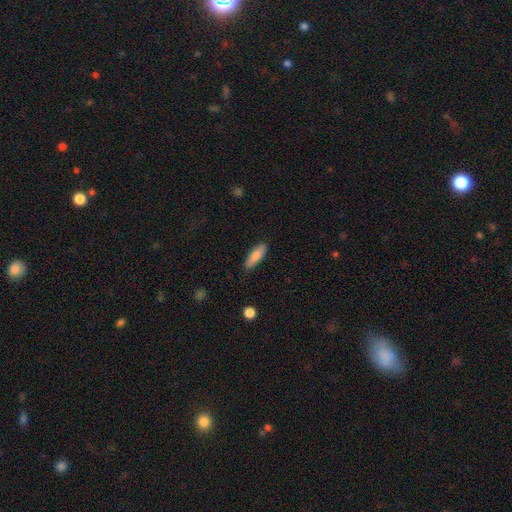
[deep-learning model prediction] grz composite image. It shows a smooth galaxy with no disk features (82%) that is in between round and cigar-shaped (54%). Merging: none (81%).